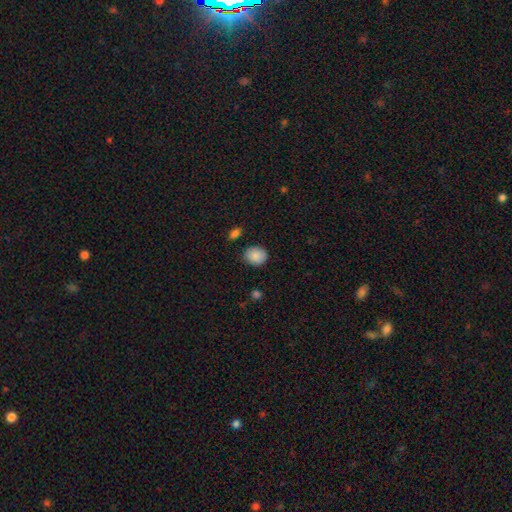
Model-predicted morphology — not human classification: A smooth galaxy with no disk features (88%) that is round (67%). Merging: none (82%).